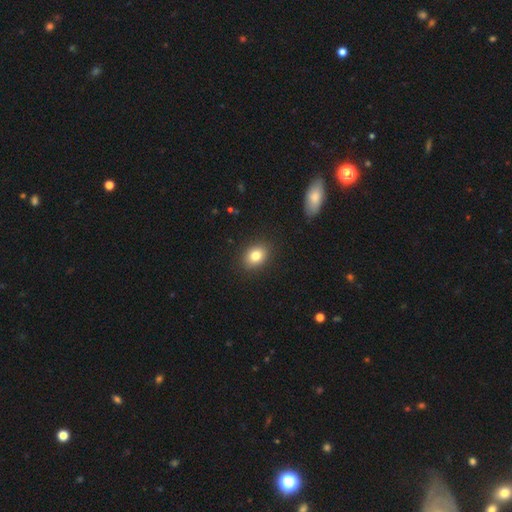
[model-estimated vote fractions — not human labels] Smooth or featured? smooth (82%)
How rounded? in between (60%)
Merging? none (89%)